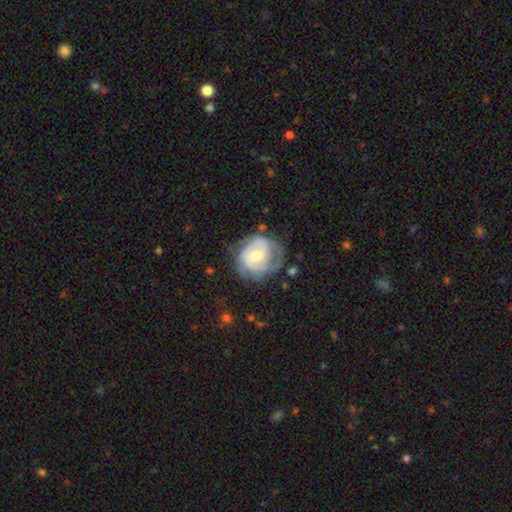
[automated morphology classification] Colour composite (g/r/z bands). It shows a featured or disk galaxy (73%) with no bar (53%), 2 (50%) tight (56%) spiral arms (89%) and a moderate central bulge (45%). Merging: none (59%).